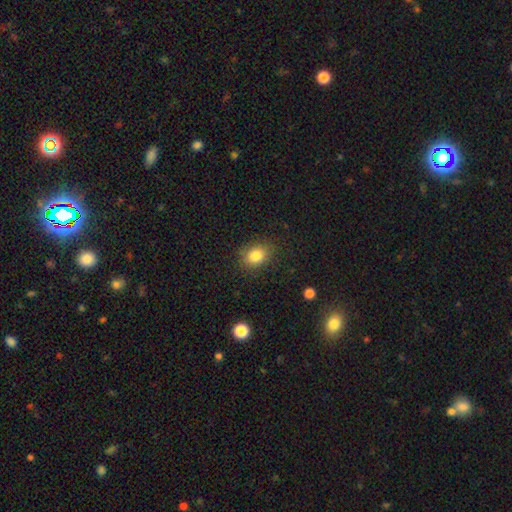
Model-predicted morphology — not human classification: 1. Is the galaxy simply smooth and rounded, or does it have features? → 84% smooth, 10% star or artifact, 6% featured or disk.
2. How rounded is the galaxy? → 53% in between, 46% round, 1% cigar-shaped.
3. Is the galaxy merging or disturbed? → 84% none, 11% minor disturbance, 4% major disturbance, 1% merger.